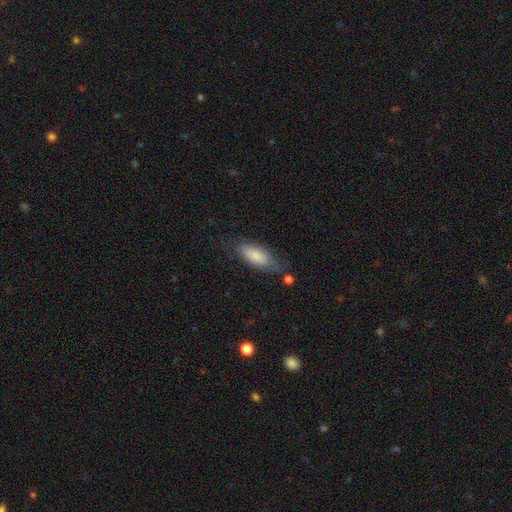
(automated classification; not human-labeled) Smooth or featured?
  - smooth: 78% *
  - featured or disk: 15%
  - star or artifact: 6%
How rounded?
  - in between: 83% *
  - cigar-shaped: 15%
  - round: 2%
Merging?
  - none: 61% *
  - minor disturbance: 26%
  - major disturbance: 9%
  - merger: 4%